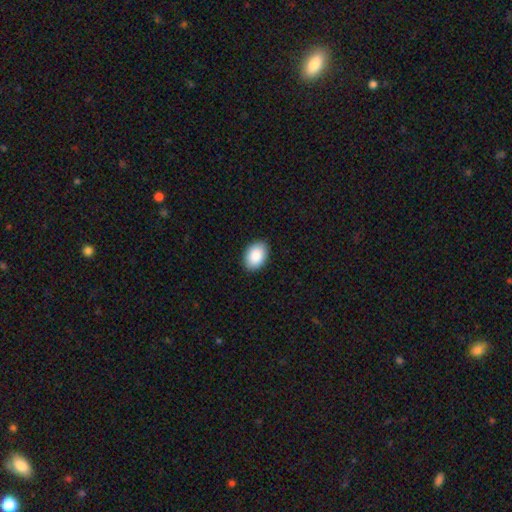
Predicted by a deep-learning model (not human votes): A smooth galaxy with no disk features (90%) that is in between round and cigar-shaped (85%).

Vote fractions:
- Smooth or featured? smooth: 90% / star or artifact: 6% / featured or disk: 4%
- How rounded? in between: 85% / round: 14% / cigar-shaped: 1%
- Merging? none: 90% / minor disturbance: 8% / major disturbance: 2% / merger: 1%